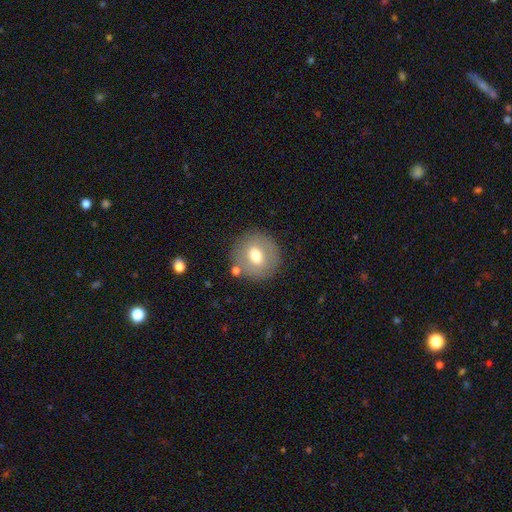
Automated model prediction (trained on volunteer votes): Smooth or featured: smooth — 64% (featured or disk — 27%)
How rounded: round — 89% (in between — 10%)
Merging: none — 82% (minor disturbance — 10%)